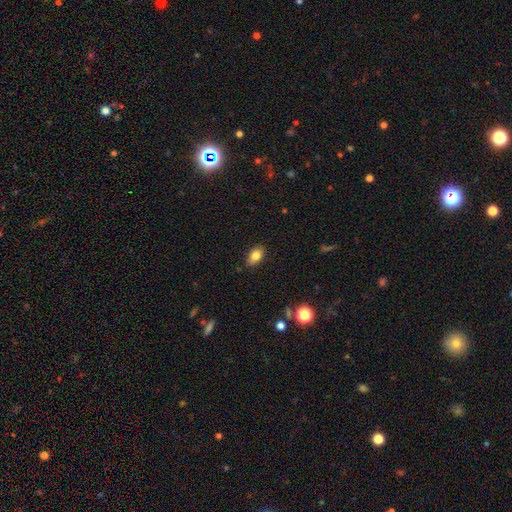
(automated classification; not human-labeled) Smooth or featured? smooth (81%)
How rounded? in between (86%)
Merging? none (83%)